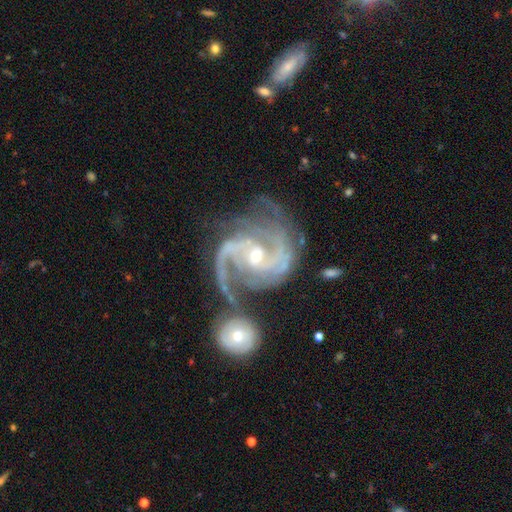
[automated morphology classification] Smooth or featured?
  - featured or disk: 92% *
  - star or artifact: 5%
  - smooth: 3%
Edge-on disk?
  - no: 98% *
  - yes: 2%
Bar?
  - weak: 43% *
  - no: 37%
  - strong: 21%
Spiral arms?
  - yes: 98% *
  - no: 2%
Spiral winding?
  - medium: 53% *
  - tight: 33%
  - loose: 14%
Spiral arm count?
  - 2: 57% *
  - 3: 21%
  - can't tell: 9%
  - 4: 5%
  - 1: 4%
  - more than 4: 4%
Bulge size?
  - moderate: 49% *
  - small: 47%
  - large: 2%
  - none: 1%
  - dominant: 1%
Merging?
  - none: 49% *
  - minor disturbance: 20%
  - merger: 17%
  - major disturbance: 14%